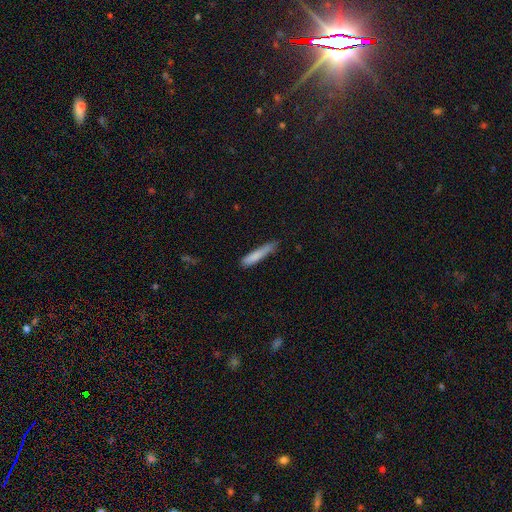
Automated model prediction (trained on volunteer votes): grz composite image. It shows a smooth galaxy with no disk features (81%) that is cigar-shaped (89%). Merging: none (62%).